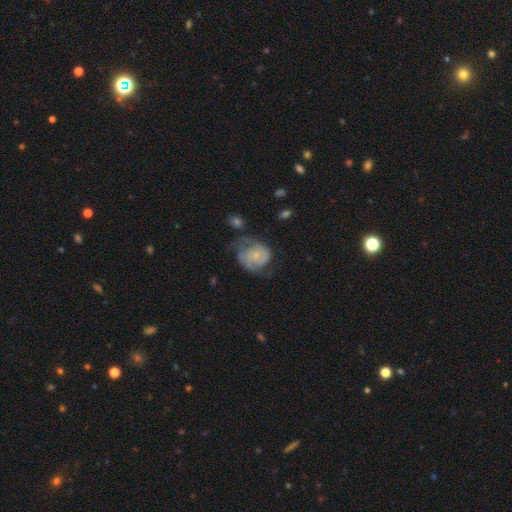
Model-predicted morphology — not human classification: smooth-or-featured: featured or disk: 63% | smooth: 31% | star or artifact: 7%
  disk-edge-on: no: 98% | yes: 2%
    bar: no: 77% | weak: 20% | strong: 3%
    has-spiral-arms: yes: 85% | no: 15%
      spiral-winding: medium: 40% | tight: 38% | loose: 22%
      spiral-arm-count: 2: 61% | can't tell: 19% | 1: 8% | 3: 8% | 4: 2% | more than 4: 2%
    bulge-size: small: 70% | moderate: 19% | none: 8% | large: 2% | dominant: 1%
  merging: none: 43% | minor disturbance: 29% | major disturbance: 25% | merger: 3%